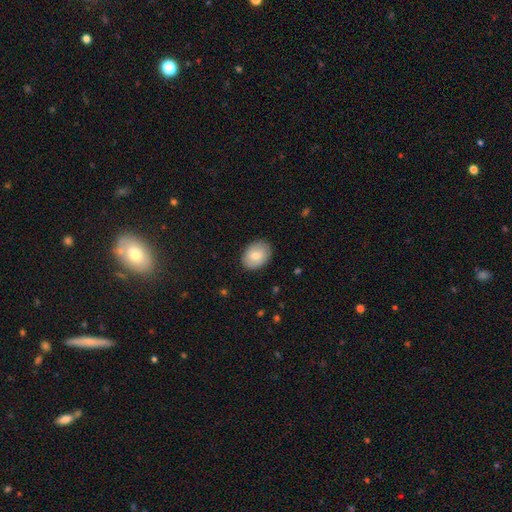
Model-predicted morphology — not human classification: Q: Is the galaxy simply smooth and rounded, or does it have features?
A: smooth — 79%.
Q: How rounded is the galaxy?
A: in between — 71%.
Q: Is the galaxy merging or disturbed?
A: none — 87%.